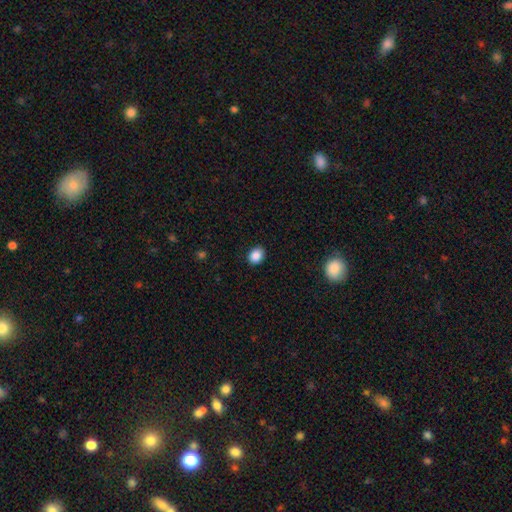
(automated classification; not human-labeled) The model was most divided on "how rounded": in between: 51%, round: 48%, cigar-shaped: 1%. More confident: merging — none (88%); smooth or featured — smooth (88%).